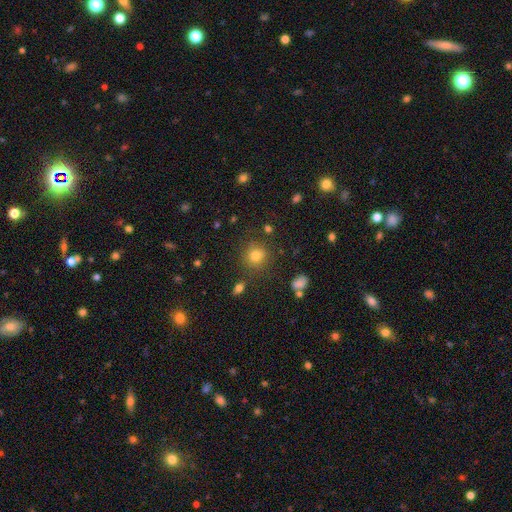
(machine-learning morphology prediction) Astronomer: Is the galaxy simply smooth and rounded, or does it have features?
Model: smooth — 76%.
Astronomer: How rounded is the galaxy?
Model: round — 88%.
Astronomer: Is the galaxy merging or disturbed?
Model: none — 81%.